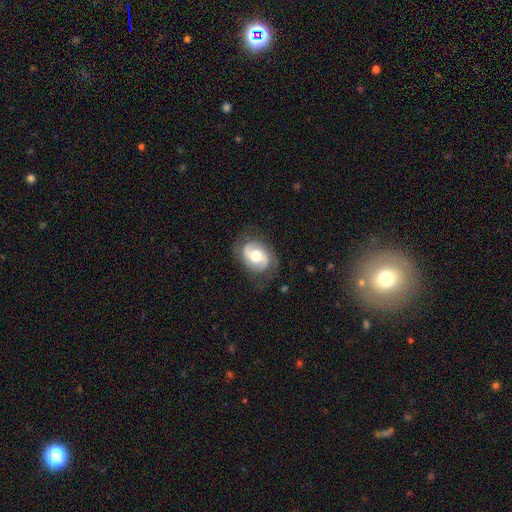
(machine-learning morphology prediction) type=featured or disk (70%); edge-on=no (97%); bar=no (47%); spiral arms=yes (85%); winding=medium (45%); arm count=2 (84%); bulge=moderate (60%); merging=none (70%).